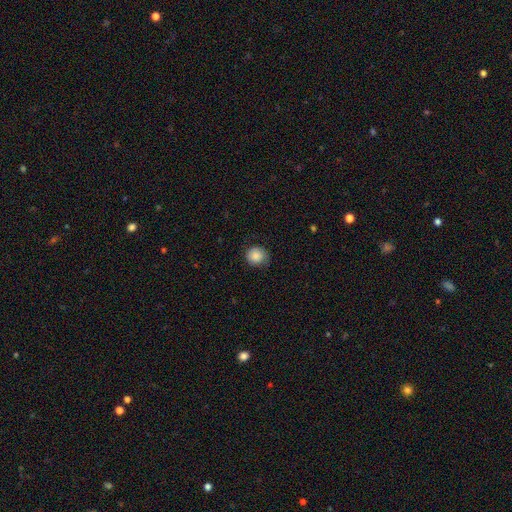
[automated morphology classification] Smooth or featured? Predicted: smooth (p=0.85). How rounded? Predicted: round (p=0.86). Merging? Predicted: none (p=0.74).